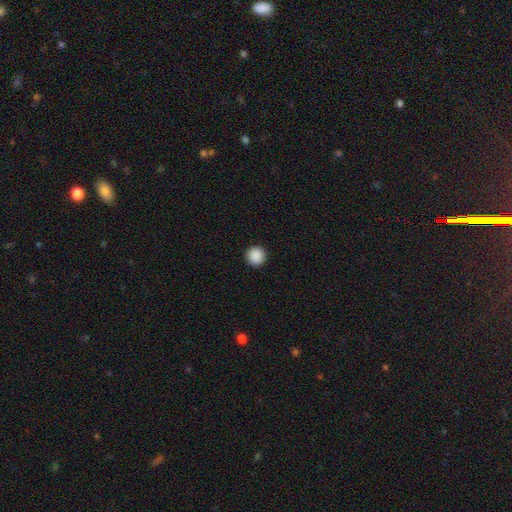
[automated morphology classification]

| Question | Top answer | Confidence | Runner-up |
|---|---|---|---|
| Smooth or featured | smooth | 89% | star or artifact (9%) |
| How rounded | round | 95% | in between (4%) |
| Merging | none | 93% | minor disturbance (4%) |